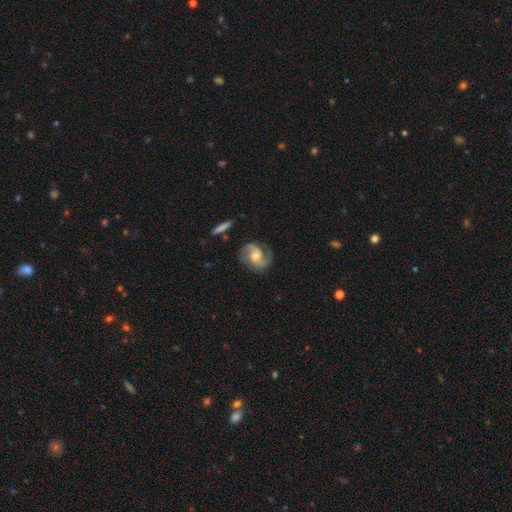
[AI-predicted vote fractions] Morphology: type=featured or disk (85%); edge-on=no (98%); bar=no (50%); spiral arms=yes (97%); winding=medium (55%); arm count=2 (89%); bulge=moderate (55%); merging=none (75%).